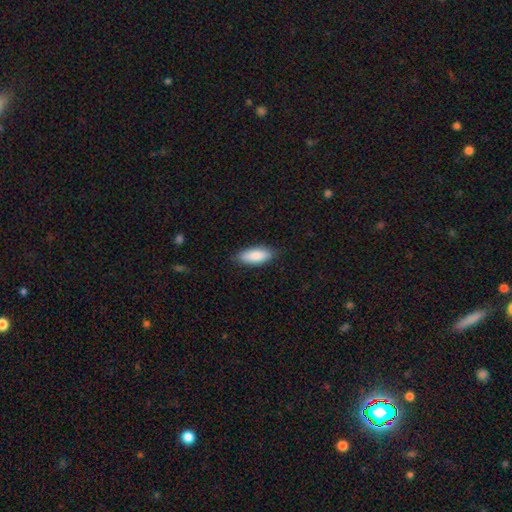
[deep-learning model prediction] This appears to be a smooth galaxy with no disk features (87%) that is in between round and cigar-shaped (78%). Merging: none (85%).